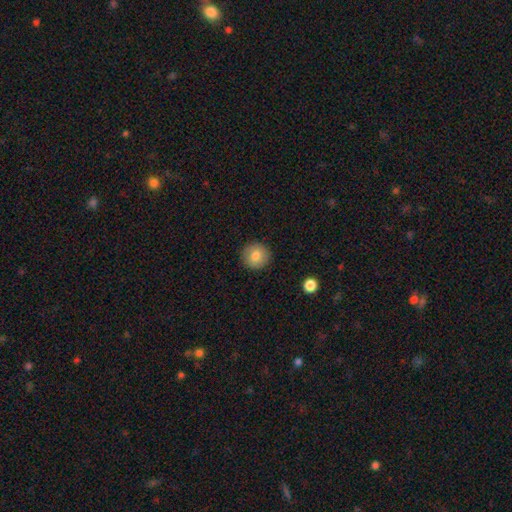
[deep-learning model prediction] smooth_or_featured: smooth (p=0.80) [alt: featured or disk p=0.11]
how_rounded: round (p=0.93) [alt: in between p=0.06]
merging: none (p=0.91) [alt: minor disturbance p=0.06]